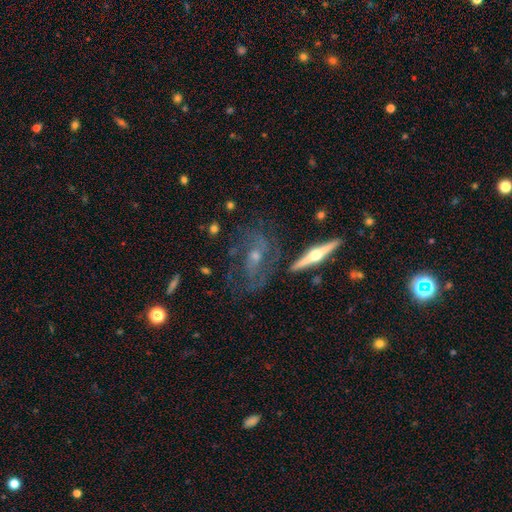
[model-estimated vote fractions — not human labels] Smooth or featured? featured or disk (81%)
Edge-on disk? no (70%)
Bar? no (61%)
Spiral arms? yes (75%)
Bulge size? small (55%)
Merging? none (59%)